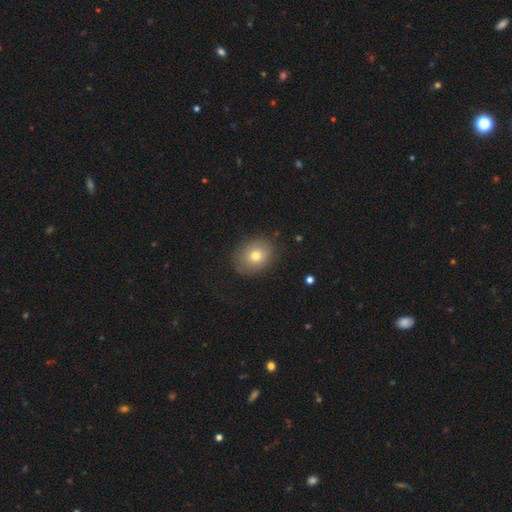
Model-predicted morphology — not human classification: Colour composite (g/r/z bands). It shows a smooth galaxy with no disk features (76%) that is round (54%). Merging: none (83%).